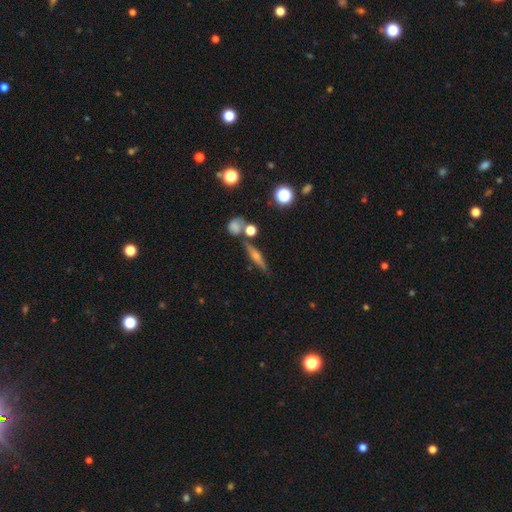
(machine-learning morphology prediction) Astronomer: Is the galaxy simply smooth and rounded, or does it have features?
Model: featured or disk — 60%.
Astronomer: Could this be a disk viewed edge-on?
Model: yes — 94%.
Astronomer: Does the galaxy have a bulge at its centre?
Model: rounded — 85%.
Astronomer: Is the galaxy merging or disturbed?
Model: none — 78%.